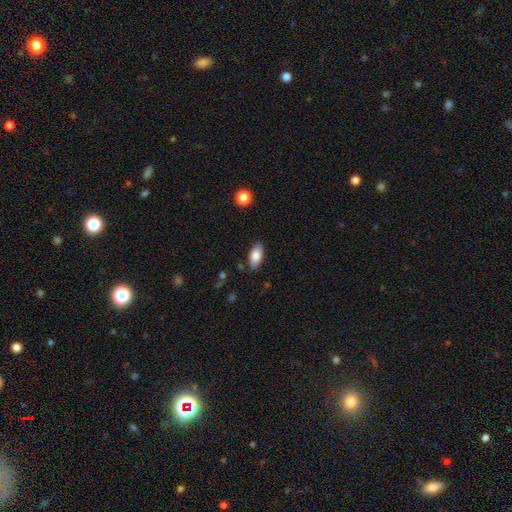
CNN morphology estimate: Q: Smooth or featured?
A: smooth (84%); runner-up: featured or disk (9%)
Q: How rounded?
A: in between (91%); runner-up: cigar-shaped (5%)
Q: Merging?
A: none (84%); runner-up: minor disturbance (12%)